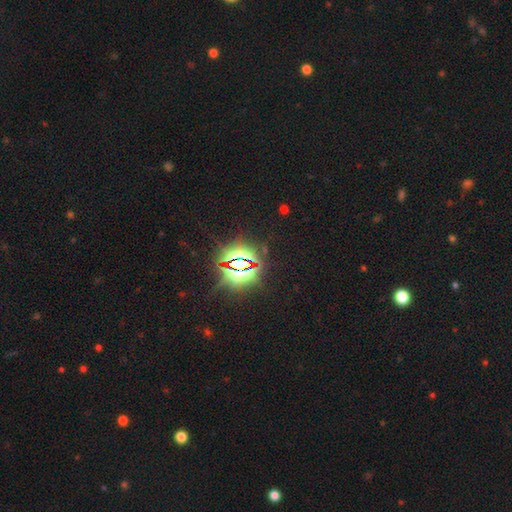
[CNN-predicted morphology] smooth_or_featured: star or artifact (p=0.85) [alt: smooth p=0.09]